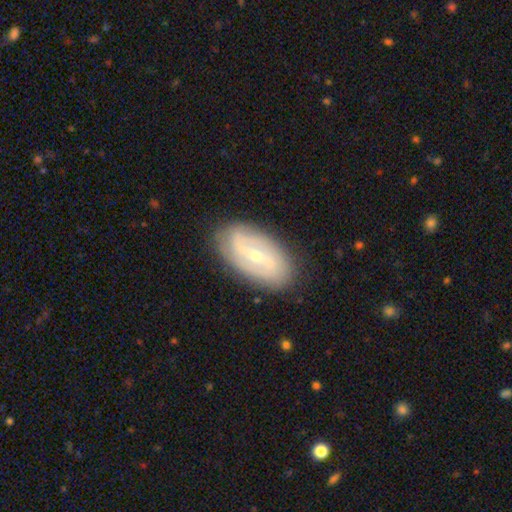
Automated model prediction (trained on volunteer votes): featured or disk 79%, smooth 15%, star or artifact 5%. Down the decision tree: edge-on disk — no (94%); bar — weak (48%); spiral arms — yes (90%); spiral arm count — 2 (72%); spiral winding — medium (39%); bulge size — small (63%); merging — none (83%).